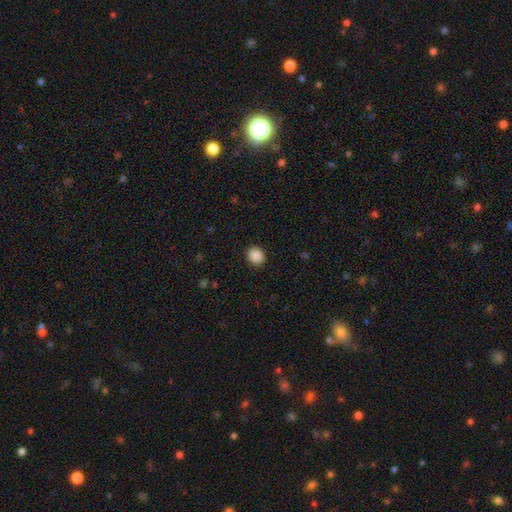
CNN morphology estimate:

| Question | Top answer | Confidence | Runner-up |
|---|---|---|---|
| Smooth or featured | smooth | 89% | star or artifact (9%) |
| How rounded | round | 72% | in between (27%) |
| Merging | none | 91% | minor disturbance (6%) |